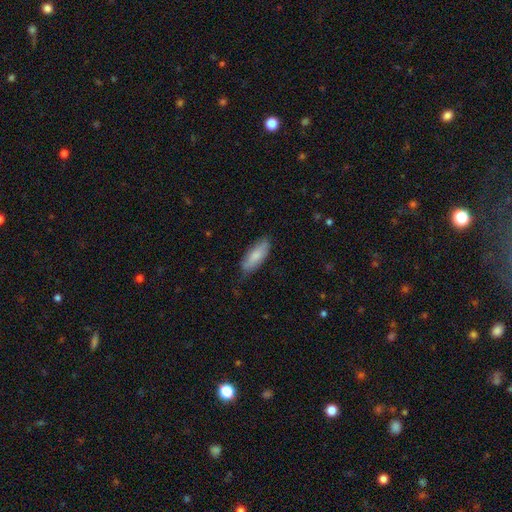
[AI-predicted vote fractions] A smooth galaxy with no disk features (78%) that is in between round and cigar-shaped (69%).

Vote fractions:
- Smooth or featured? smooth: 78% / featured or disk: 16% / star or artifact: 5%
- How rounded? in between: 69% / cigar-shaped: 29% / round: 2%
- Merging? none: 75% / minor disturbance: 20% / major disturbance: 3% / merger: 1%